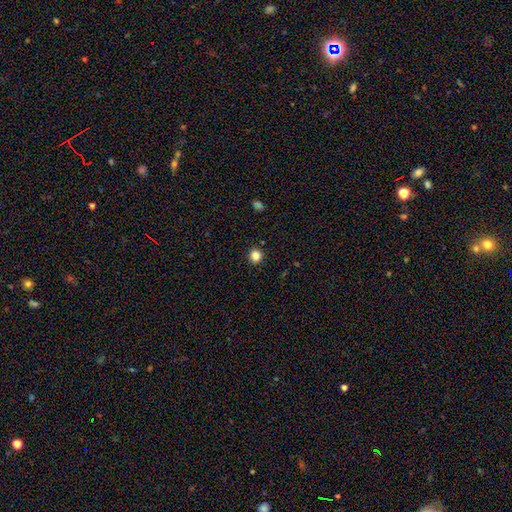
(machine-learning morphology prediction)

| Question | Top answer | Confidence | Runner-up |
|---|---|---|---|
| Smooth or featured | smooth | 84% | star or artifact (12%) |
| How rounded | round | 93% | in between (7%) |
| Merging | none | 92% | minor disturbance (5%) |